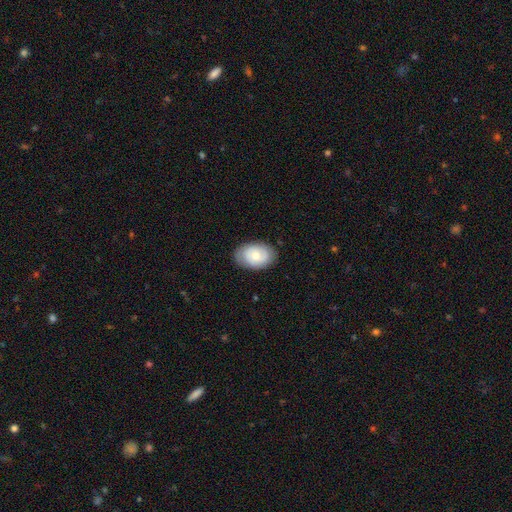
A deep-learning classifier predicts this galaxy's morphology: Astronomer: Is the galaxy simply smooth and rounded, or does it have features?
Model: smooth — 56% (runner-up: featured or disk, 37%).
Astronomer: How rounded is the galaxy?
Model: in between — 83%.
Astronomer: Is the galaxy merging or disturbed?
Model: none — 80%.